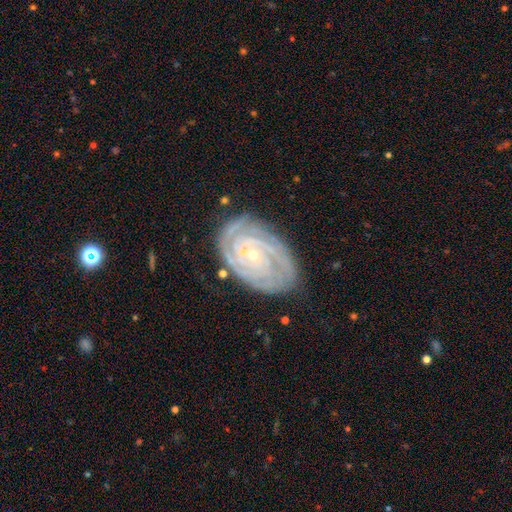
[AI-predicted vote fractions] This appears to be a featured or disk galaxy (84%) with no bar (61%), 2 (26%) tight (78%) spiral arms (97%) and a small central bulge (78%). Merging: none (76%).